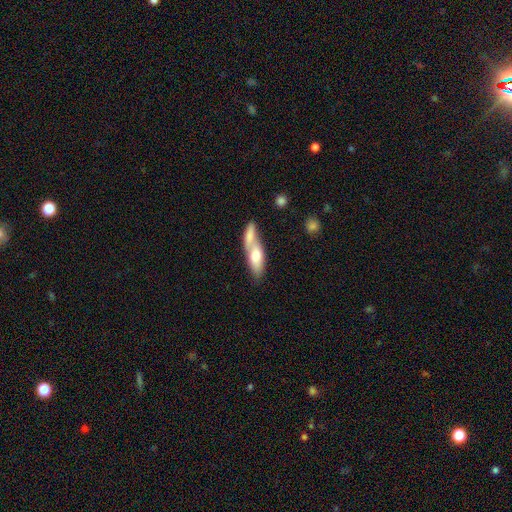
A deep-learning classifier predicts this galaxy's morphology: Smooth or featured? smooth (67%)
How rounded? in between (61%)
Merging? merger (62%)